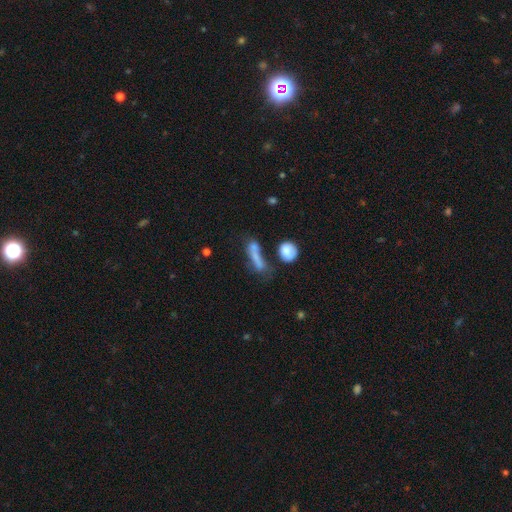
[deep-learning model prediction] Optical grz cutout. It shows a smooth galaxy with no disk features (65%) that is cigar-shaped (52%). Merging: none (35%).